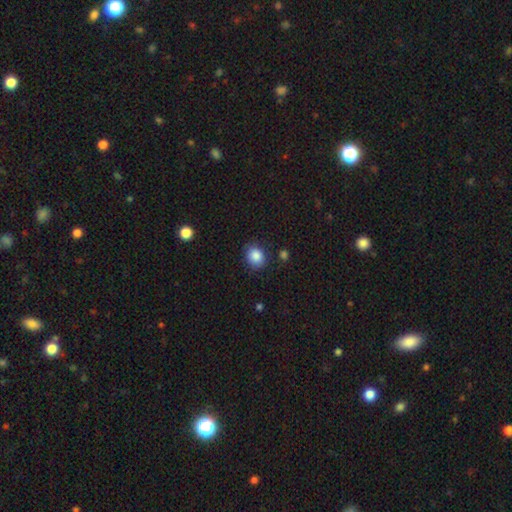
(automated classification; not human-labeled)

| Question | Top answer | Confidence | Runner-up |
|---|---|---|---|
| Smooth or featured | smooth | 87% | star or artifact (9%) |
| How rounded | round | 62% | in between (37%) |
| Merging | none | 82% | minor disturbance (13%) |